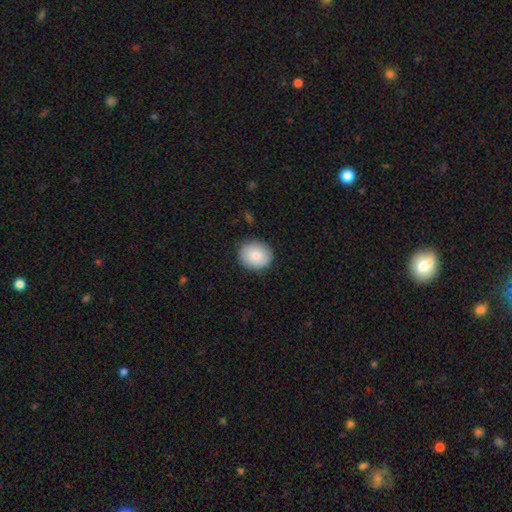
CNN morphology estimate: A smooth galaxy with no disk features (81%) that is round (71%).

Vote fractions:
- Smooth or featured? smooth: 81% / featured or disk: 13% / star or artifact: 7%
- How rounded? round: 71% / in between: 28% / cigar-shaped: 1%
- Merging? none: 87% / minor disturbance: 10% / major disturbance: 2% / merger: 1%